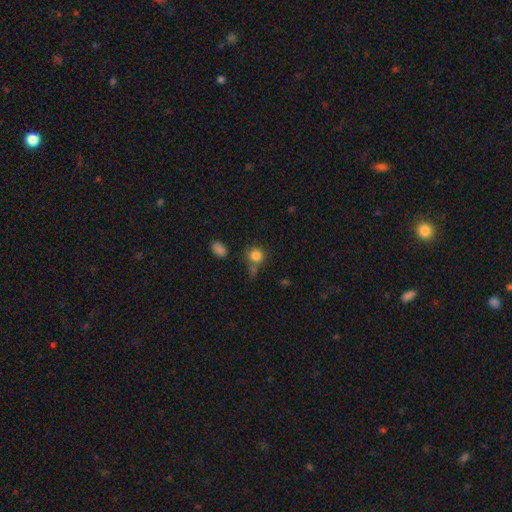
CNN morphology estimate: Smooth or featured?
  - smooth: 82% *
  - star or artifact: 11%
  - featured or disk: 6%
How rounded?
  - round: 86% *
  - in between: 13%
  - cigar-shaped: 1%
Merging?
  - none: 60% *
  - merger: 17%
  - minor disturbance: 15%
  - major disturbance: 8%